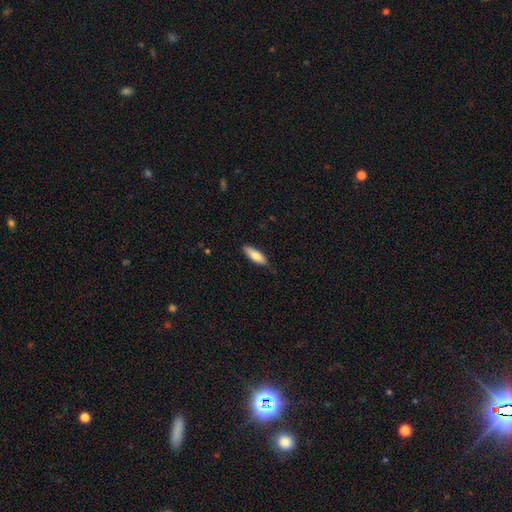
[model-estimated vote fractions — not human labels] Smooth or featured: smooth — 78% (featured or disk — 17%)
How rounded: in between — 57% (cigar-shaped — 41%)
Merging: none — 79% (minor disturbance — 18%)